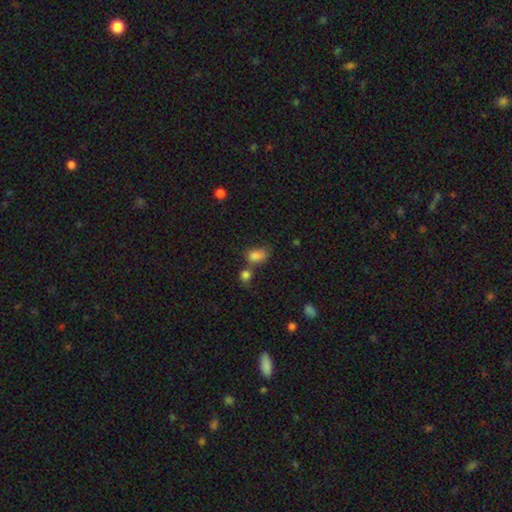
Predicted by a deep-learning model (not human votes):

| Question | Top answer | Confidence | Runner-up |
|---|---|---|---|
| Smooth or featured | smooth | 81% | star or artifact (12%) |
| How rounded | in between | 80% | round (18%) |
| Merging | none | 37% | merger (33%) |